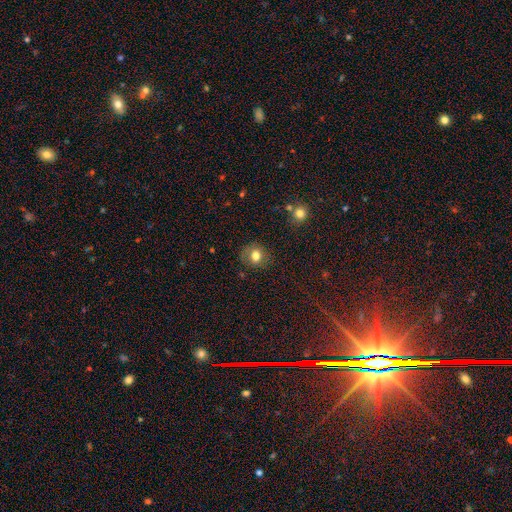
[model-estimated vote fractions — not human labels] smooth 78%, star or artifact 12%, featured or disk 10%. Down the decision tree: how rounded — round (76%); merging — none (79%).